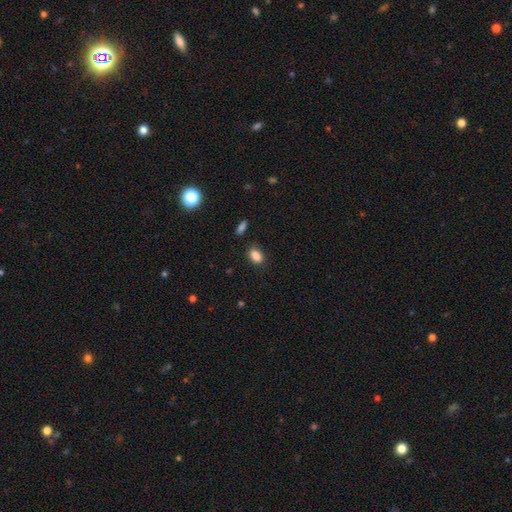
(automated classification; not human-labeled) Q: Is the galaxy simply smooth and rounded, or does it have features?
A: smooth — 87%.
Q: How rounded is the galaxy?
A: in between — 80%.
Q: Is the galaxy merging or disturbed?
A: none — 83%.